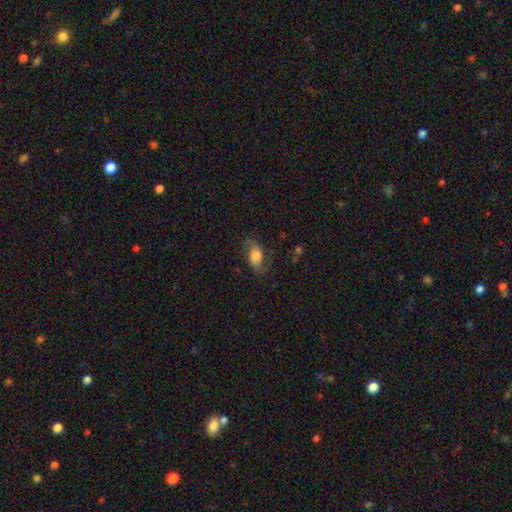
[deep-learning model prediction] This is possibly a smooth galaxy (50%). Merging: likely none (65%).